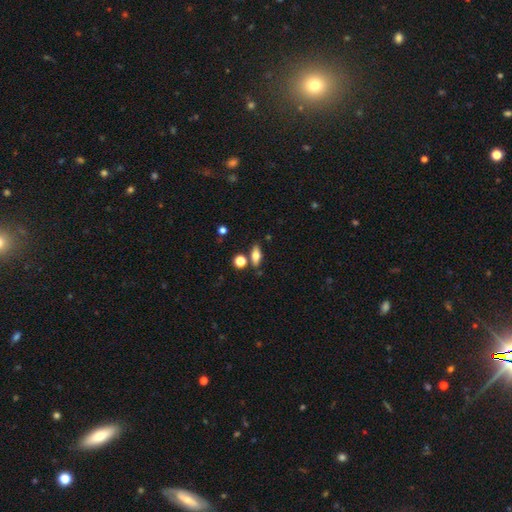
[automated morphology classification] This appears to be a smooth galaxy with no disk features (67%) that is in between round and cigar-shaped (72%). Merging: none (77%).